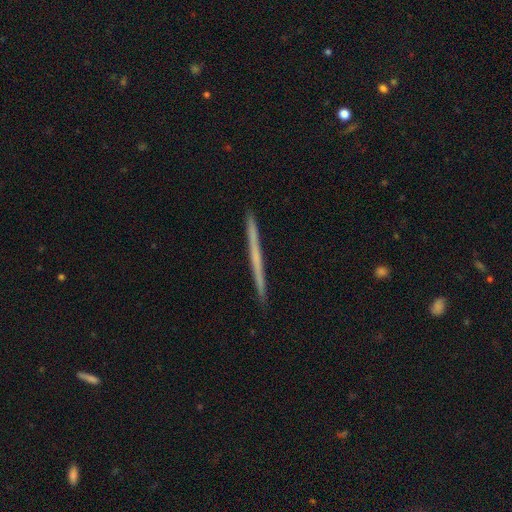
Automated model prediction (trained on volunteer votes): This appears to be a featured or disk galaxy (54%) viewed edge-on (98%) with no central bulge (91%). Merging: none (93%).